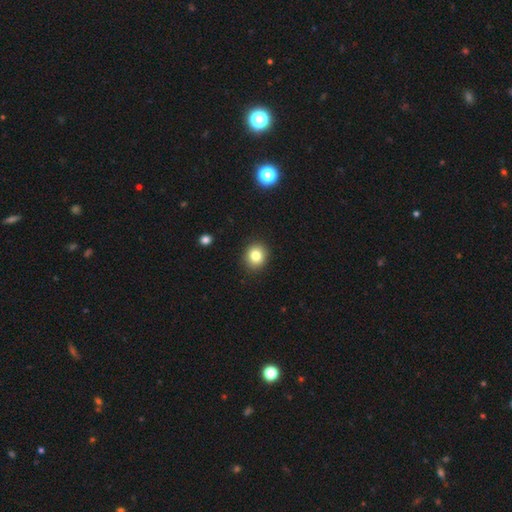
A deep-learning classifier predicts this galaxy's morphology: smooth_or_featured: smooth (p=0.82) [alt: star or artifact p=0.11]
how_rounded: round (p=0.77) [alt: in between p=0.22]
merging: none (p=0.90) [alt: minor disturbance p=0.07]